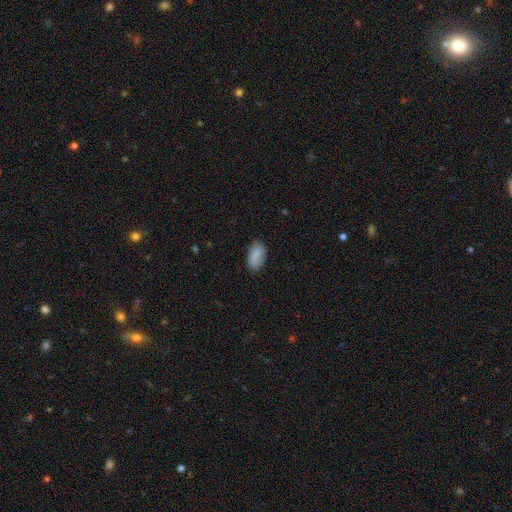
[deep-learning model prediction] This is clearly a smooth galaxy (88%). How rounded: clearly in between (94%). Merging: clearly none (81%).